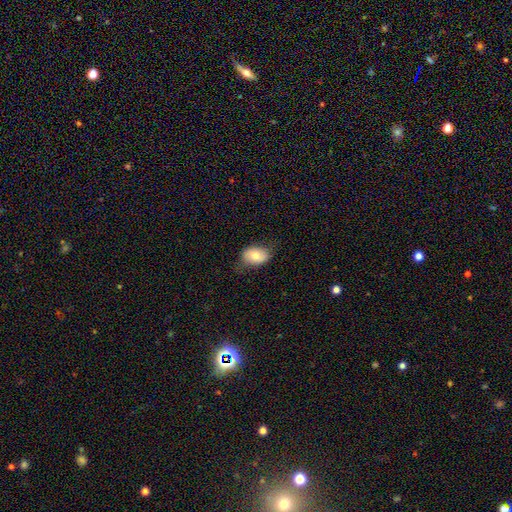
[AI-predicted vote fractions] This is likely a smooth galaxy (75%). How rounded: clearly in between (84%). Merging: likely none (66%).